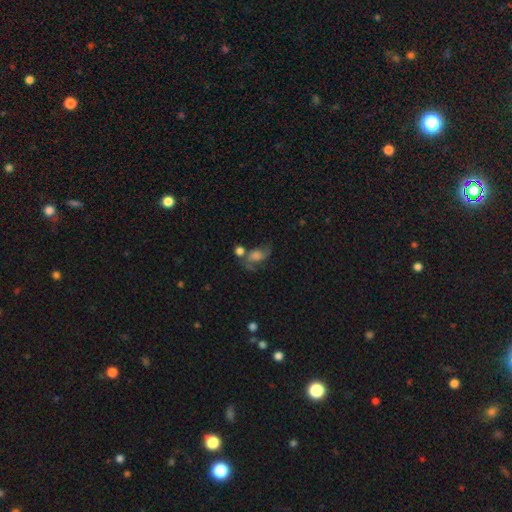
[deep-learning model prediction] Smooth or featured? featured or disk (53%)
Edge-on disk? no (95%)
Bar? no (65%)
Spiral arms? yes (84%)
Bulge size? moderate (31%)
Merging? none (42%)